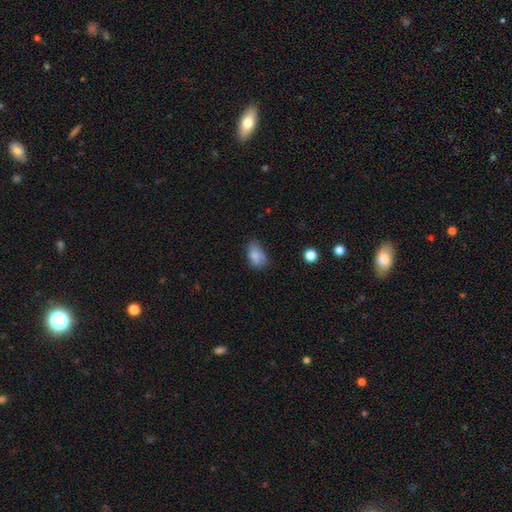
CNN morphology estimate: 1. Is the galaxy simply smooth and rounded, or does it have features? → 75% smooth, 15% featured or disk, 10% star or artifact.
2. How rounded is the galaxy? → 85% in between, 13% round, 2% cigar-shaped.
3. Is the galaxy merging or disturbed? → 50% none, 33% minor disturbance, 12% major disturbance, 5% merger.